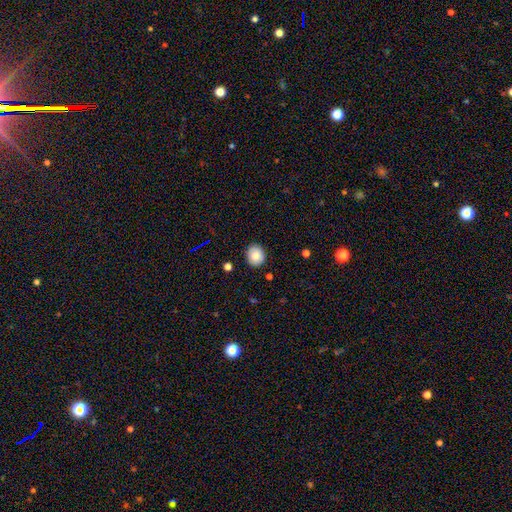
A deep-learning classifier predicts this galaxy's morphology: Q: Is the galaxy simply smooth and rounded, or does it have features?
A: smooth — 82%.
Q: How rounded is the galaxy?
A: round — 75%.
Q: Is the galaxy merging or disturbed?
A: none — 88%.